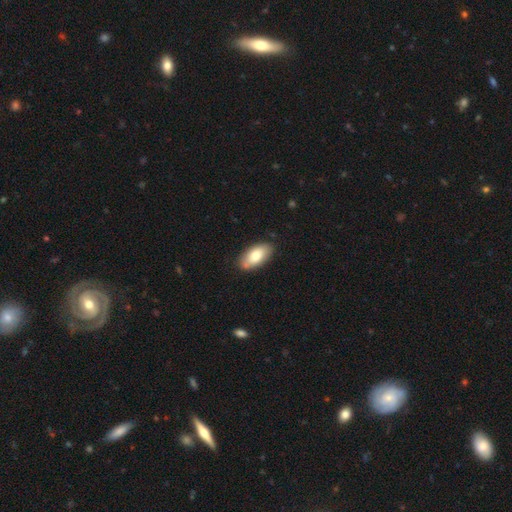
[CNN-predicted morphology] A smooth galaxy with no disk features (75%) that is in between round and cigar-shaped (93%). Merging: none (82%).